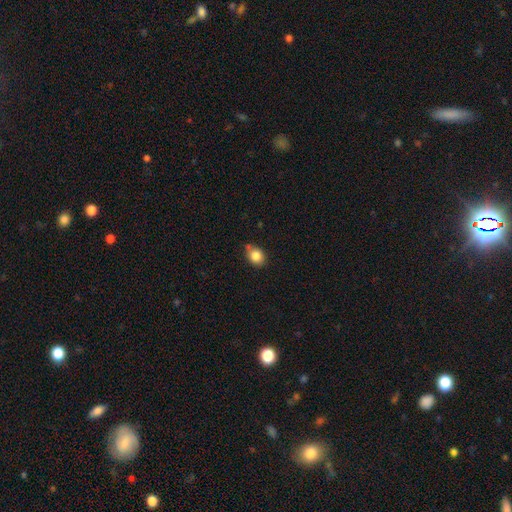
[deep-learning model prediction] Smooth or featured? Predicted: smooth (p=0.85). How rounded? Predicted: round (p=0.56). Merging? Predicted: none (p=0.66).